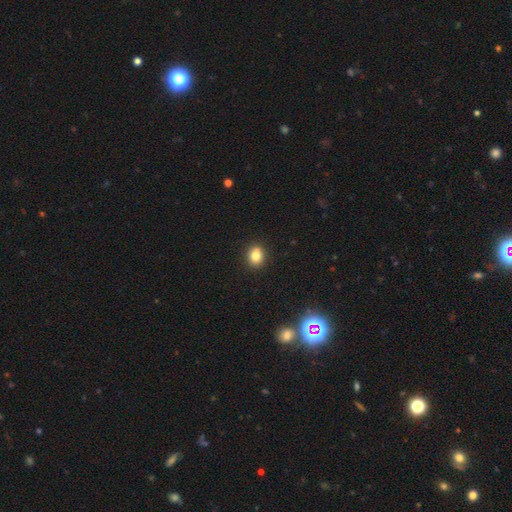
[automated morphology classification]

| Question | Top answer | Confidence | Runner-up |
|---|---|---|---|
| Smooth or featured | smooth | 79% | star or artifact (12%) |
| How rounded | round | 65% | in between (34%) |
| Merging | none | 79% | minor disturbance (11%) |